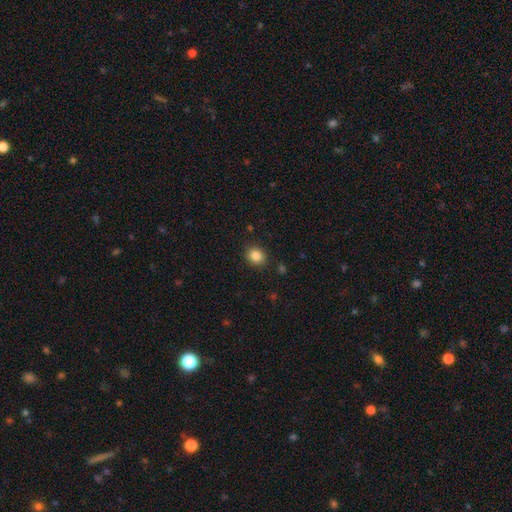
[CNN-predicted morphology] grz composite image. It shows a smooth galaxy with no disk features (85%) that is round (69%). Merging: none (89%).